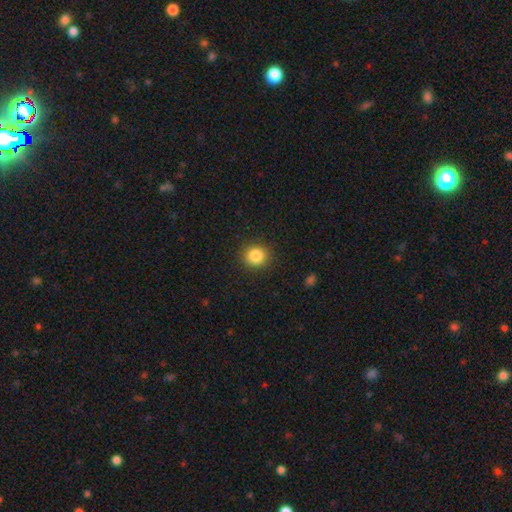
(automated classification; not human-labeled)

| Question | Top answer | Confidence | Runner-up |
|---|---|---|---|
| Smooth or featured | smooth | 85% | star or artifact (10%) |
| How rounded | round | 85% | in between (14%) |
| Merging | none | 90% | minor disturbance (6%) |